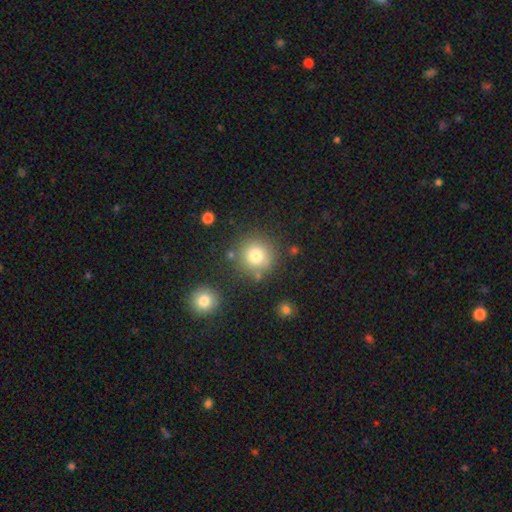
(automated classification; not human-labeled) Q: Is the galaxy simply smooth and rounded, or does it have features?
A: smooth — 77%.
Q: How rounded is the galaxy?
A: round — 94%.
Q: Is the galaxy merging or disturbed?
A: none — 81%.